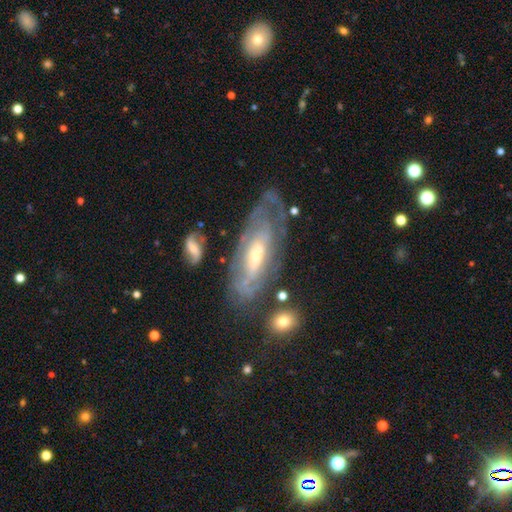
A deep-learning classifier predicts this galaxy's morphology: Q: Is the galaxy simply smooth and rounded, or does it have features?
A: featured or disk — 77%.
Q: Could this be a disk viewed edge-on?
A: no — 83%.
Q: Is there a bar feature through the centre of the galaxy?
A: no — 55%.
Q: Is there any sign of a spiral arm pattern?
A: yes — 75%.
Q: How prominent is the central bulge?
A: small — 46%.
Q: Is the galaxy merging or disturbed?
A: none — 58%.